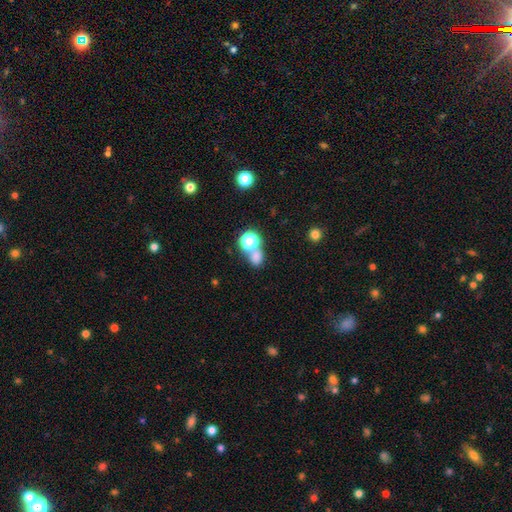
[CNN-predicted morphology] smooth 69%, star or artifact 23%, featured or disk 8%. Down the decision tree: how rounded — round (58%); merging — none (47%).